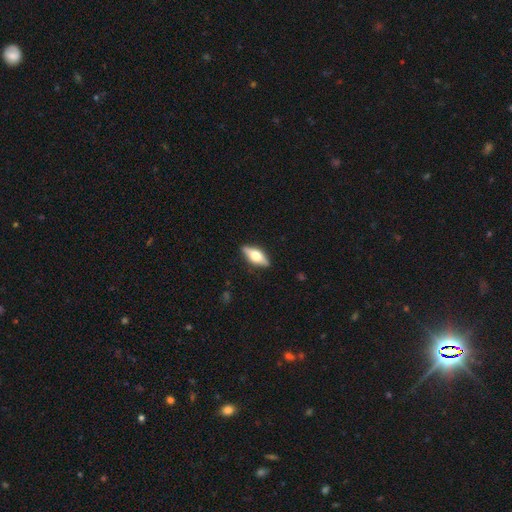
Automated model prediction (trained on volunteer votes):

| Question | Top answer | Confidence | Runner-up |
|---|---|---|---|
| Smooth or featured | smooth | 48% | featured or disk (46%) |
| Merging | none | 87% | minor disturbance (9%) |